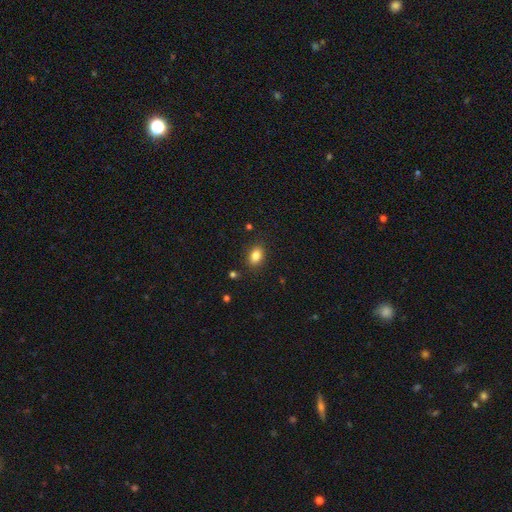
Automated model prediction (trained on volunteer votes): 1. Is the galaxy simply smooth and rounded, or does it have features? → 84% smooth, 10% star or artifact, 6% featured or disk.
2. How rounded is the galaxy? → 78% in between, 20% round, 2% cigar-shaped.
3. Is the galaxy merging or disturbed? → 85% none, 10% minor disturbance, 3% major disturbance, 2% merger.